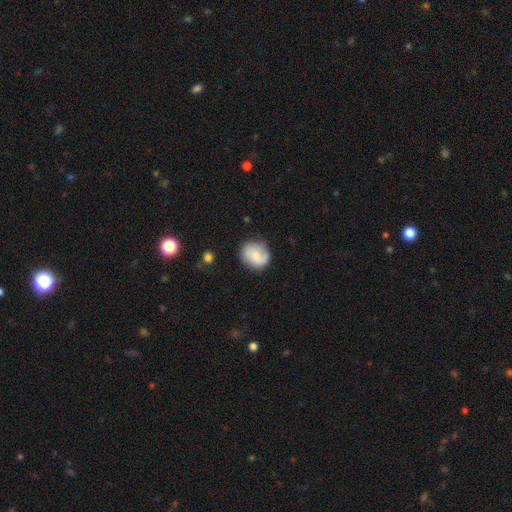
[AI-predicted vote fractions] A smooth galaxy with no disk features (48%). Merging: none (72%).